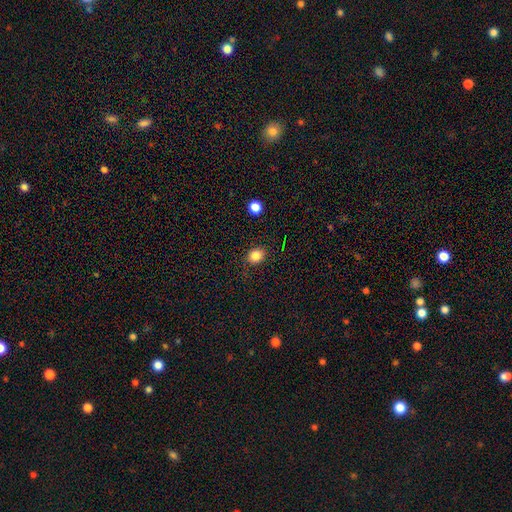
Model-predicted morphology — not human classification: smooth-or-featured: smooth: 83% | star or artifact: 12% | featured or disk: 6%
  how-rounded: round: 63% | in between: 37% | cigar-shaped: 1%
  merging: none: 85% | minor disturbance: 11% | major disturbance: 3% | merger: 1%